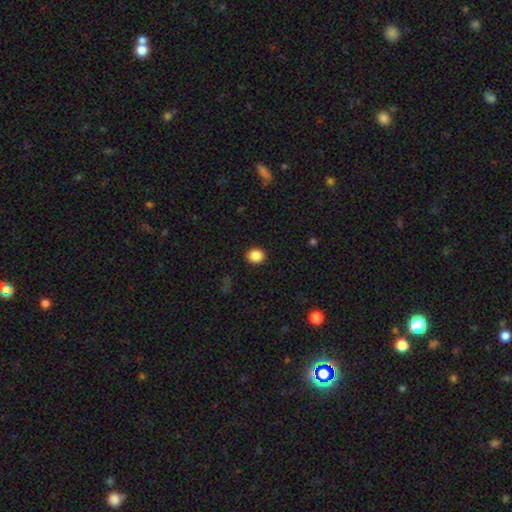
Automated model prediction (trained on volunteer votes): Smooth or featured? Predicted: smooth (p=0.87). How rounded? Predicted: round (p=0.76). Merging? Predicted: none (p=0.91).